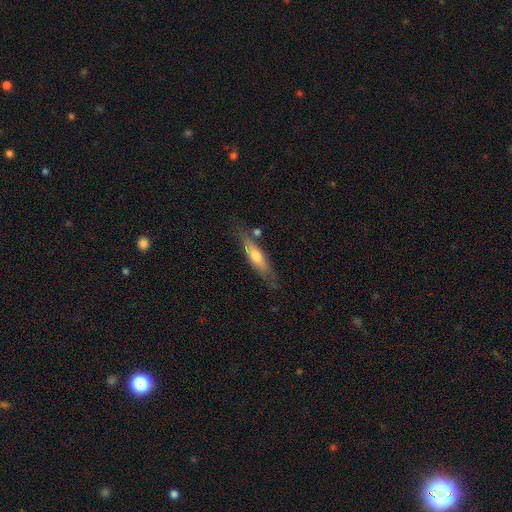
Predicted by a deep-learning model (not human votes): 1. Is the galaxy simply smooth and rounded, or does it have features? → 54% smooth, 40% featured or disk, 6% star or artifact.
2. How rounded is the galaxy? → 70% cigar-shaped, 28% in between, 2% round.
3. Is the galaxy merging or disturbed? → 72% none, 18% minor disturbance, 5% merger, 5% major disturbance.